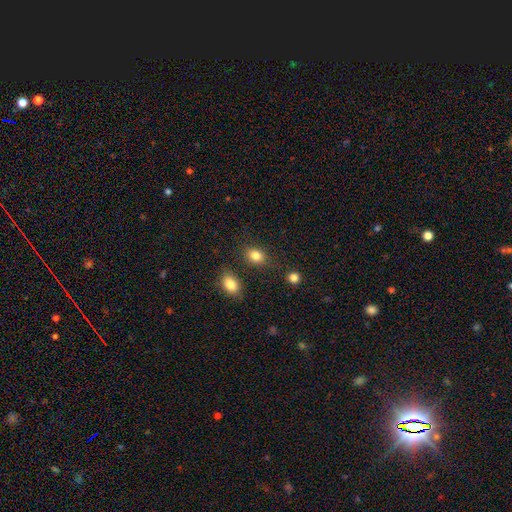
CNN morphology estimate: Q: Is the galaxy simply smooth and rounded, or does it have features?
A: smooth — 84%.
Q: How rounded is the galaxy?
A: in between — 66%.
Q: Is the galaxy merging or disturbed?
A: none — 78%.